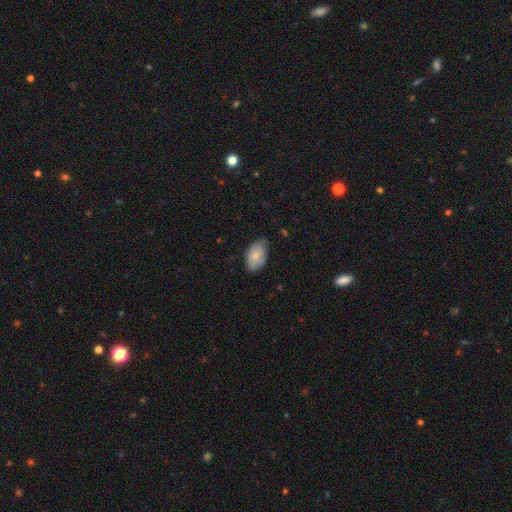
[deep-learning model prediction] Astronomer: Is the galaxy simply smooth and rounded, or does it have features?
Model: smooth — 81%.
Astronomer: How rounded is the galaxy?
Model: in between — 93%.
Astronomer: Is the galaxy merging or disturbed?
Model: none — 68%.